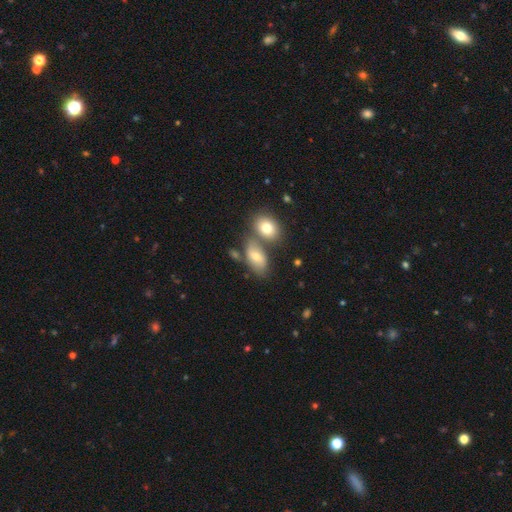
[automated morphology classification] smooth_or_featured: smooth (p=0.64) [alt: featured or disk p=0.26]
how_rounded: in between (p=0.88) [alt: round p=0.09]
merging: none (p=0.46) [alt: merger p=0.34]